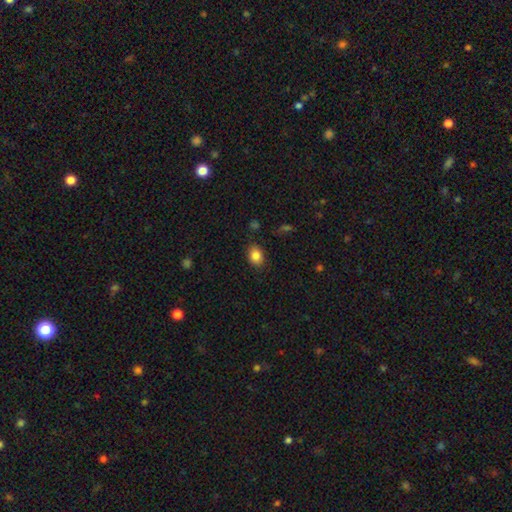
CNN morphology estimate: smooth_or_featured: smooth (p=0.85) [alt: star or artifact p=0.09]
how_rounded: in between (p=0.67) [alt: round p=0.32]
merging: none (p=0.83) [alt: minor disturbance p=0.12]